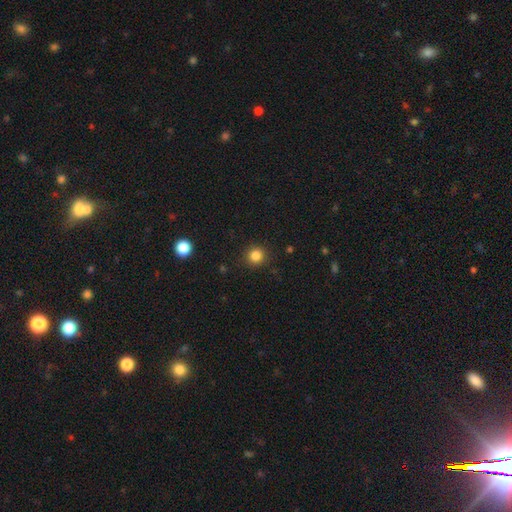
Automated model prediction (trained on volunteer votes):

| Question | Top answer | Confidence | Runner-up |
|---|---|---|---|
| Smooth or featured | smooth | 84% | star or artifact (12%) |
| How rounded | round | 93% | in between (6%) |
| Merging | none | 91% | minor disturbance (6%) |